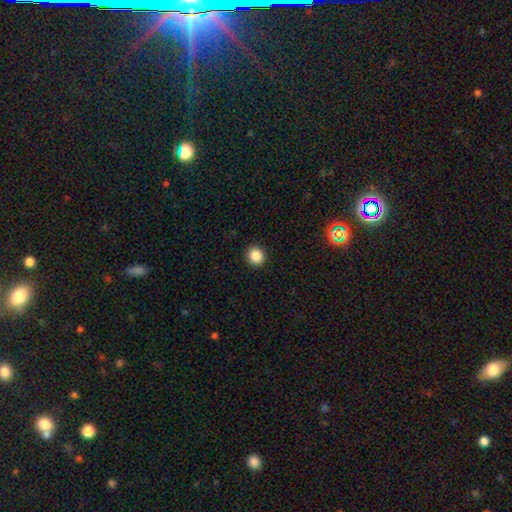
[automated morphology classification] The model was most divided on "how rounded": round: 87%, in between: 12%, cigar-shaped: 1%. More confident: merging — none (93%); smooth or featured — smooth (86%).